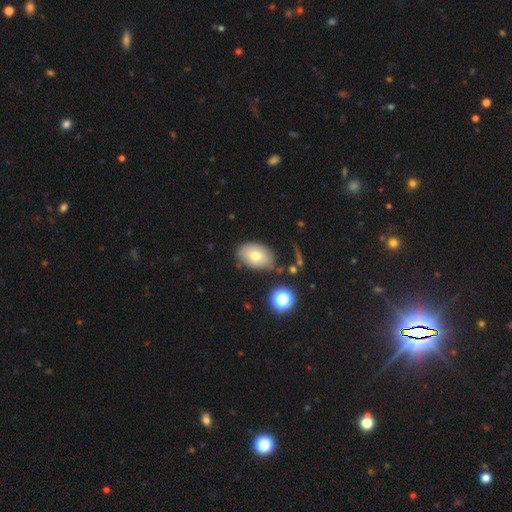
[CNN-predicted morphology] Q: Smooth or featured?
A: smooth (71%); runner-up: featured or disk (19%)
Q: How rounded?
A: in between (84%); runner-up: round (15%)
Q: Merging?
A: none (74%); runner-up: minor disturbance (17%)